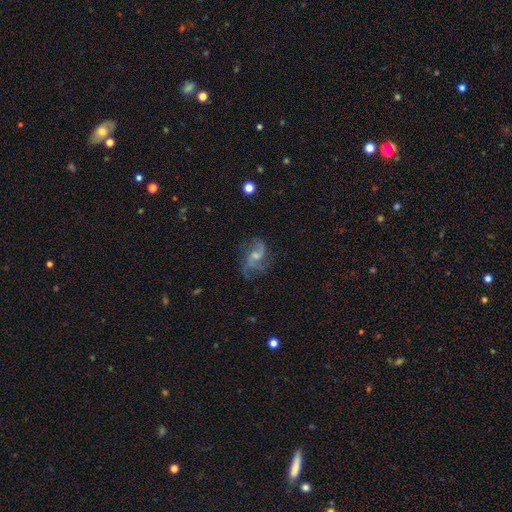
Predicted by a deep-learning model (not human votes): A featured or disk galaxy (78%) with no bar (50%), 2 (53%) loose (54%) spiral arms (92%) and a small central bulge (46%).

Vote fractions:
- Smooth or featured? featured or disk: 78% / smooth: 14% / star or artifact: 8%
- Edge-on disk? no: 97% / yes: 3%
- Bar? no: 50% / weak: 42% / strong: 8%
- Spiral arms? yes: 92% / no: 8%
- Spiral winding? loose: 54% / medium: 37% / tight: 9%
- Spiral arm count? 2: 53% / 3: 20% / can't tell: 13% / 4: 5% / 1: 5% / more than 4: 4%
- Bulge size? small: 46% / moderate: 39% / none: 11% / large: 3% / dominant: 1%
- Merging? none: 58% / minor disturbance: 21% / major disturbance: 19% / merger: 2%